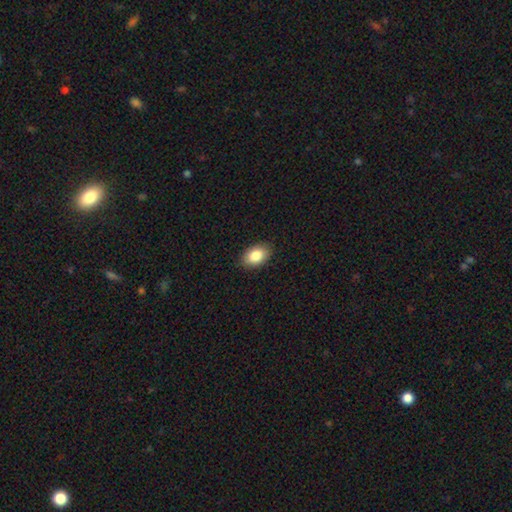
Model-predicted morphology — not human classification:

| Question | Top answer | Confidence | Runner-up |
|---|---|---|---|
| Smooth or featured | smooth | 86% | star or artifact (7%) |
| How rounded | in between | 89% | round (10%) |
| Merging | none | 88% | minor disturbance (9%) |